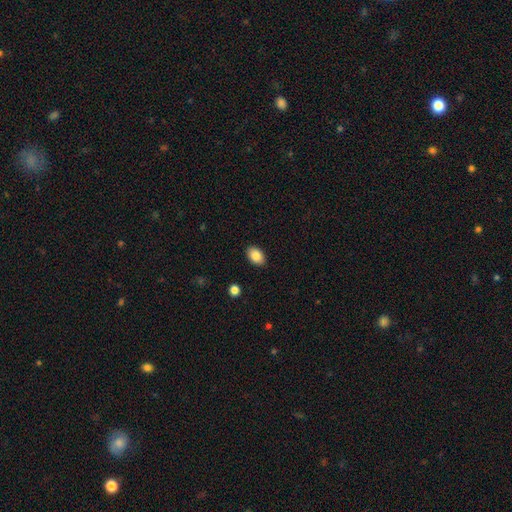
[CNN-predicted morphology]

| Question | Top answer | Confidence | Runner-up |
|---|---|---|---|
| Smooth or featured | smooth | 85% | star or artifact (8%) |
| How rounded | in between | 87% | round (12%) |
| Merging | none | 89% | minor disturbance (8%) |